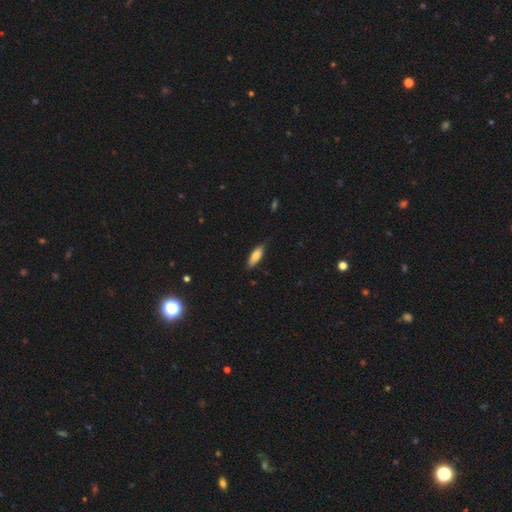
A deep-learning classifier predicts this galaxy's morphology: The model was most divided on "how rounded": in between: 60%, cigar-shaped: 38%, round: 2%. More confident: smooth or featured — smooth (78%); merging — none (78%).